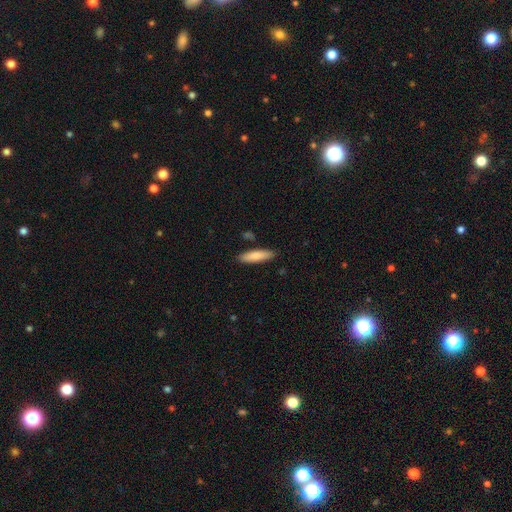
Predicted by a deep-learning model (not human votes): The model was most divided on "how rounded": cigar-shaped: 72%, in between: 26%, round: 2%. More confident: merging — none (87%); smooth or featured — smooth (81%).